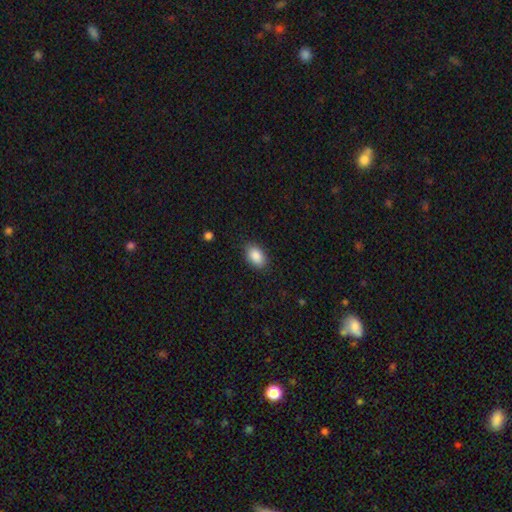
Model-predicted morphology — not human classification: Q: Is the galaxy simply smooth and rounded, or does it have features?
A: smooth — 88%.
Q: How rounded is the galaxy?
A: in between — 90%.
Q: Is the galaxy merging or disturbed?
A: none — 86%.